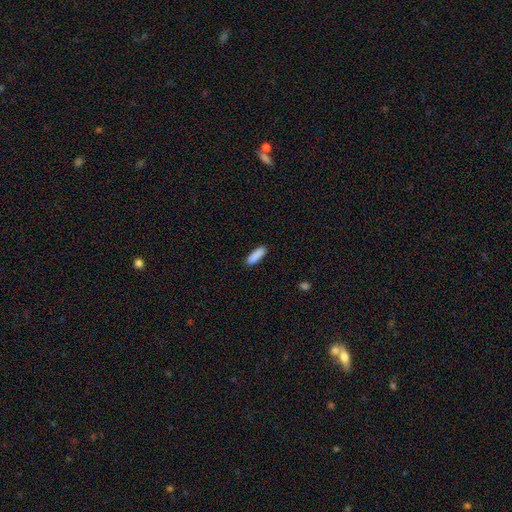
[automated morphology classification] smooth-or-featured: smooth: 90% | star or artifact: 6% | featured or disk: 4%
  how-rounded: cigar-shaped: 55% | in between: 43% | round: 1%
  merging: none: 89% | minor disturbance: 8% | major disturbance: 2% | merger: 1%